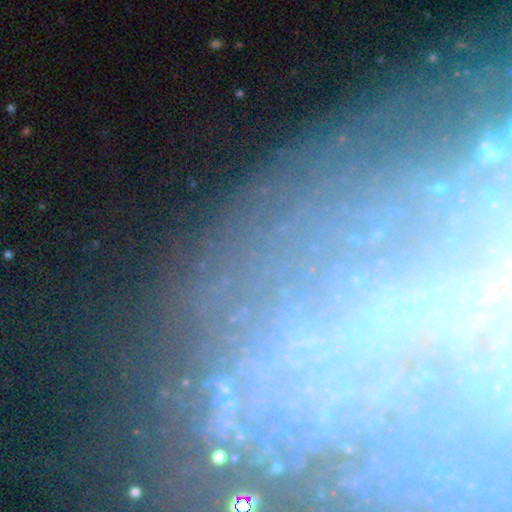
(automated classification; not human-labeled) Q: Smooth or featured?
A: featured or disk (41%); runner-up: star or artifact (40%)
Q: Merging?
A: none (76%); runner-up: minor disturbance (13%)